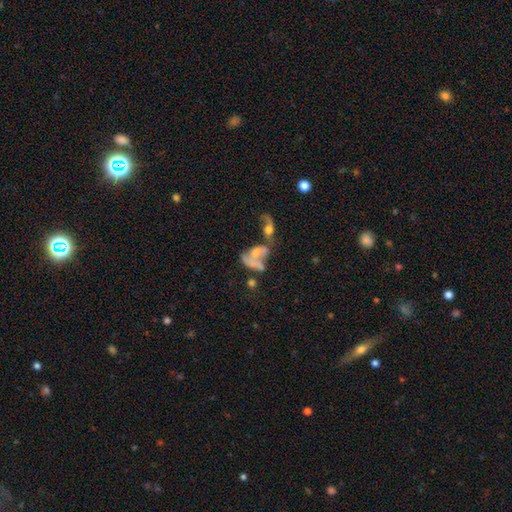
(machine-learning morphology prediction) type=featured or disk (49%); merging=merger (58%).